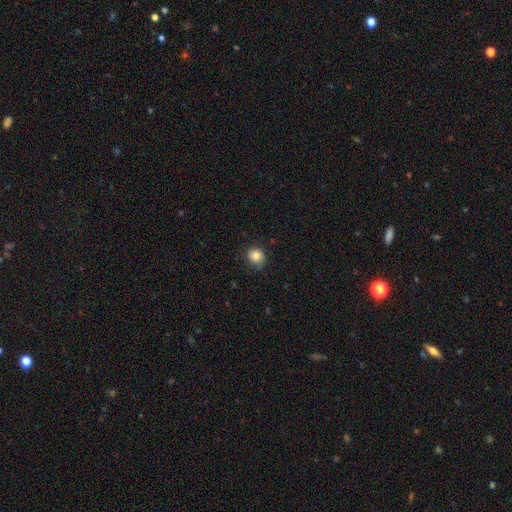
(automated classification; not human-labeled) smooth_or_featured: smooth (p=0.84) [alt: star or artifact p=0.10]
how_rounded: round (p=0.77) [alt: in between p=0.22]
merging: none (p=0.76) [alt: minor disturbance p=0.19]